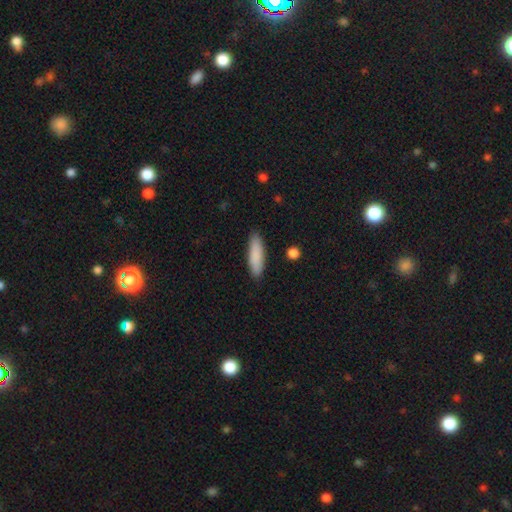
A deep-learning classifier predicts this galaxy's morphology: A smooth galaxy with no disk features (86%) that is cigar-shaped (62%).

Vote fractions:
- Smooth or featured? smooth: 86% / featured or disk: 8% / star or artifact: 6%
- How rounded? cigar-shaped: 62% / in between: 36% / round: 2%
- Merging? none: 88% / minor disturbance: 9% / major disturbance: 2% / merger: 1%